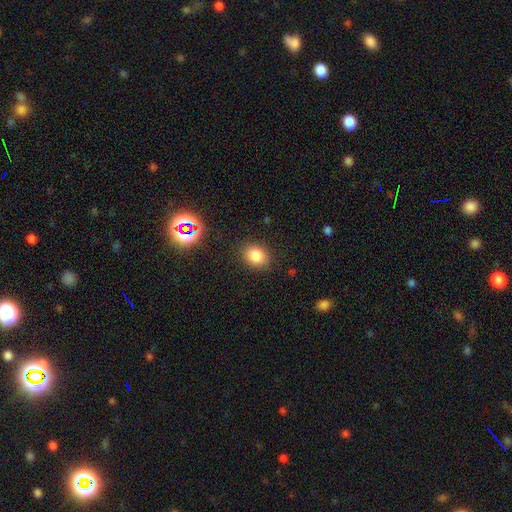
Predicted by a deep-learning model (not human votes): smooth-or-featured: smooth: 82% | star or artifact: 13% | featured or disk: 6%
  how-rounded: round: 52% | in between: 47% | cigar-shaped: 1%
  merging: none: 86% | minor disturbance: 9% | major disturbance: 3% | merger: 1%